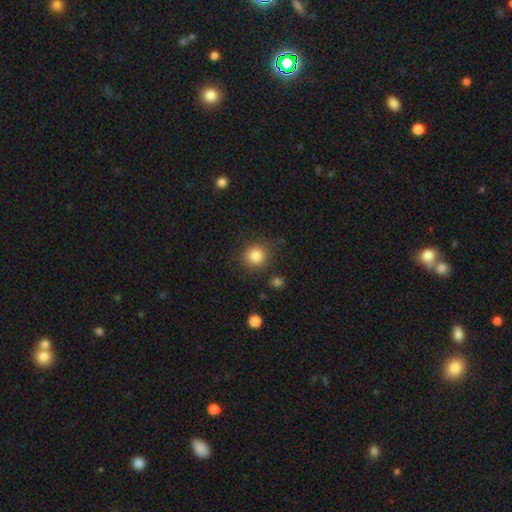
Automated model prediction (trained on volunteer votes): smooth 84%, star or artifact 10%, featured or disk 5%. Down the decision tree: how rounded — round (89%); merging — none (83%).